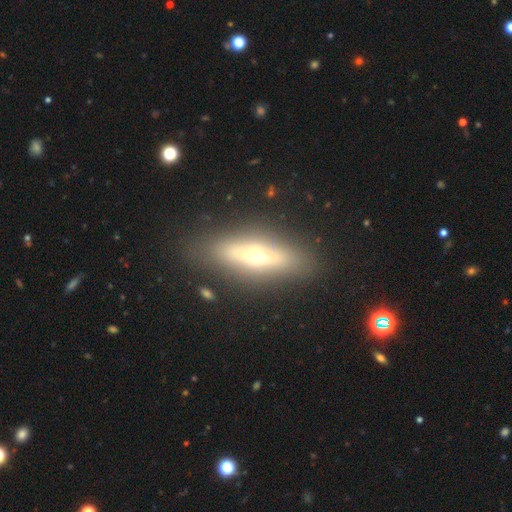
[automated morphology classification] This appears to be a featured or disk galaxy (57%) viewed edge-on (78%). Merging: none (84%).